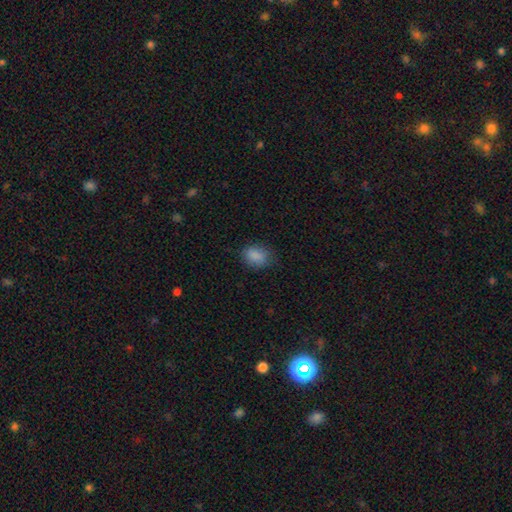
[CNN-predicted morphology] smooth-or-featured: smooth: 86% | star or artifact: 9% | featured or disk: 4%
  how-rounded: in between: 61% | round: 38% | cigar-shaped: 1%
  merging: none: 75% | minor disturbance: 19% | major disturbance: 5% | merger: 1%